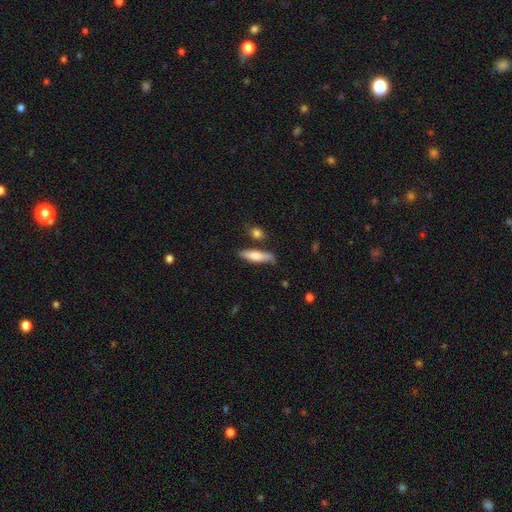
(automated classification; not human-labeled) Smooth or featured: smooth — 69% (featured or disk — 26%)
How rounded: cigar-shaped — 69% (in between — 29%)
Merging: none — 74% (minor disturbance — 17%)